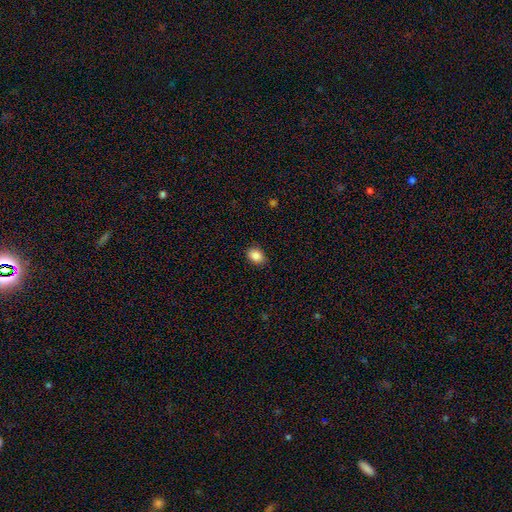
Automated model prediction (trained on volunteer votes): The model was most divided on "how rounded": in between: 73%, round: 26%, cigar-shaped: 1%. More confident: smooth or featured — smooth (88%); merging — none (87%).